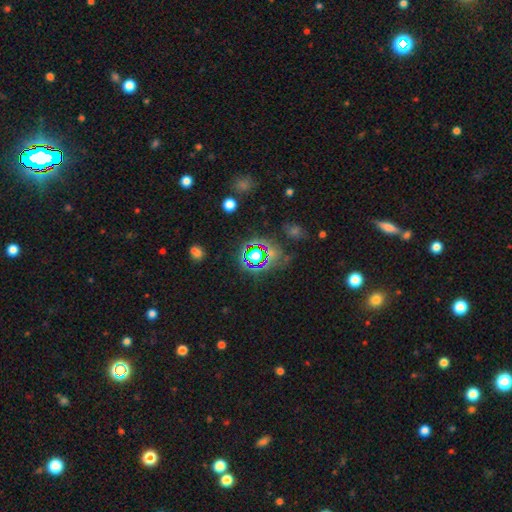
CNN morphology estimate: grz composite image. It shows a star or artifact, not a galaxy (65%).